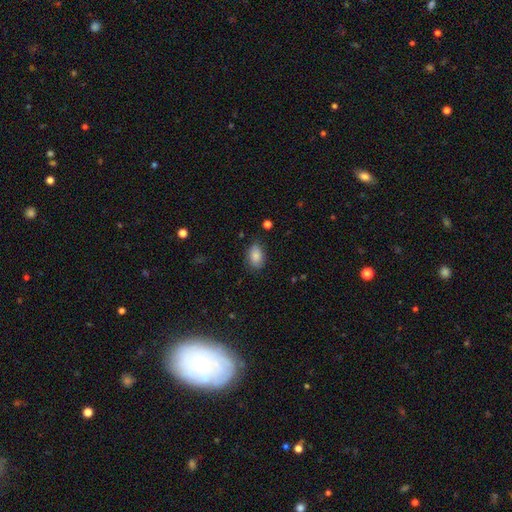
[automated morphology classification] Smooth or featured? smooth (85%)
How rounded? in between (87%)
Merging? none (77%)